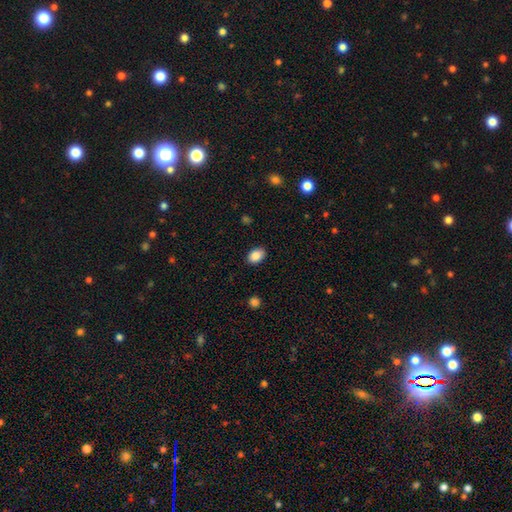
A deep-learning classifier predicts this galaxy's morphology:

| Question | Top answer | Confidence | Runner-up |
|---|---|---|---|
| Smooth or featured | smooth | 88% | star or artifact (8%) |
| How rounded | in between | 82% | round (17%) |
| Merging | none | 87% | minor disturbance (9%) |